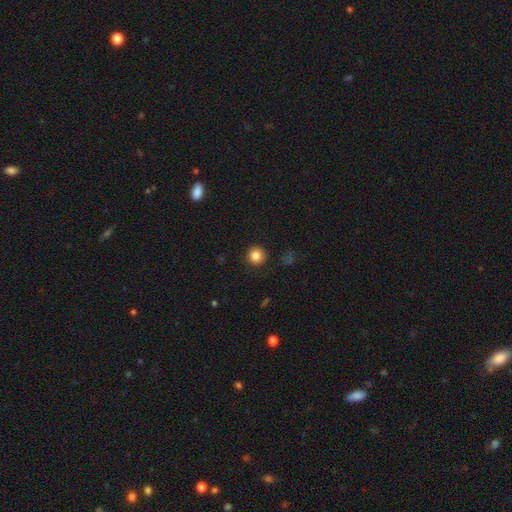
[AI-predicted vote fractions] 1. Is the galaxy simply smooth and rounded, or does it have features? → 84% smooth, 11% star or artifact, 5% featured or disk.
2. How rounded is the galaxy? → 93% round, 6% in between, 1% cigar-shaped.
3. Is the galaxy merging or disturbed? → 91% none, 6% minor disturbance, 2% major disturbance, 1% merger.